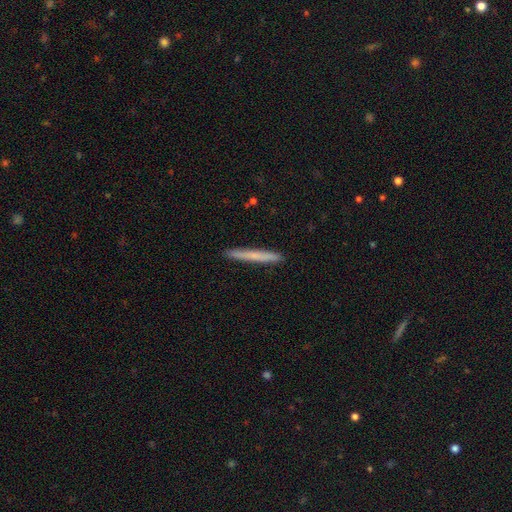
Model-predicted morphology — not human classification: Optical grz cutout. It shows a smooth galaxy with no disk features (66%) that is cigar-shaped (97%). Merging: none (93%).